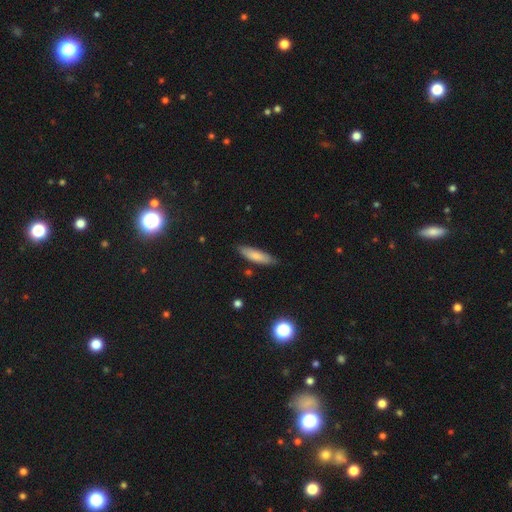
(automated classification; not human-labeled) smooth-or-featured: smooth: 79% | featured or disk: 15% | star or artifact: 6%
  how-rounded: cigar-shaped: 66% | in between: 32% | round: 2%
  merging: none: 83% | minor disturbance: 13% | major disturbance: 2% | merger: 2%